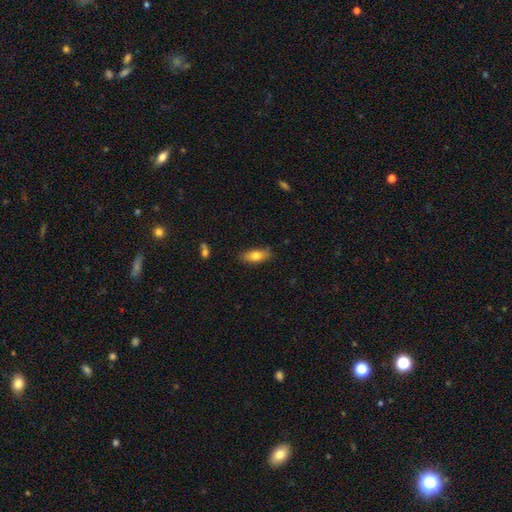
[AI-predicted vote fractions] Morphology: type=smooth (74%); roundness=in between (76%); merging=none (80%).